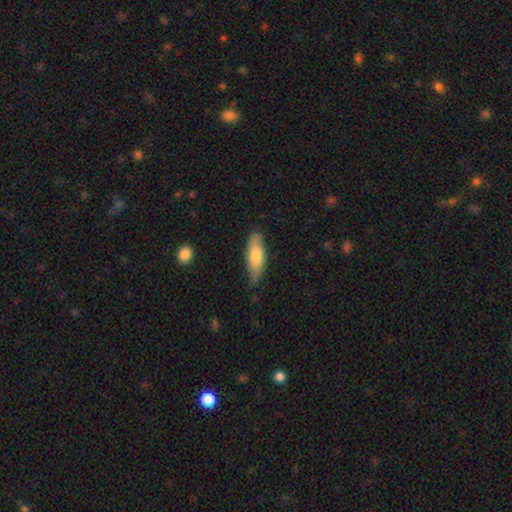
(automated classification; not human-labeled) smooth-or-featured: smooth: 67% | featured or disk: 28% | star or artifact: 6%
  how-rounded: in between: 59% | cigar-shaped: 38% | round: 2%
  merging: none: 70% | minor disturbance: 24% | major disturbance: 4% | merger: 2%